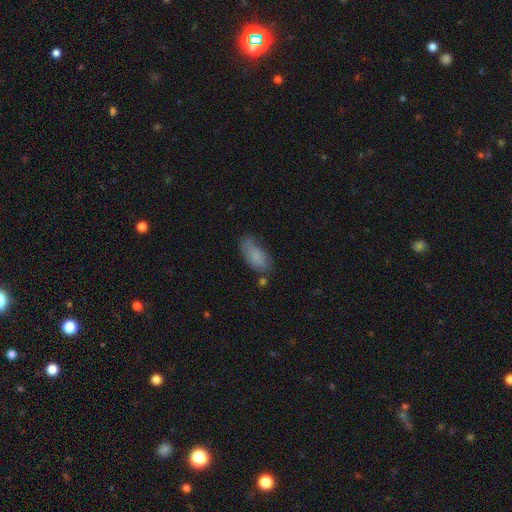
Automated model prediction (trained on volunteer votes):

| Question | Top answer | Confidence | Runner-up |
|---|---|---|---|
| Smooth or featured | smooth | 80% | featured or disk (12%) |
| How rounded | in between | 88% | cigar-shaped (9%) |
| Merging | none | 54% | minor disturbance (30%) |